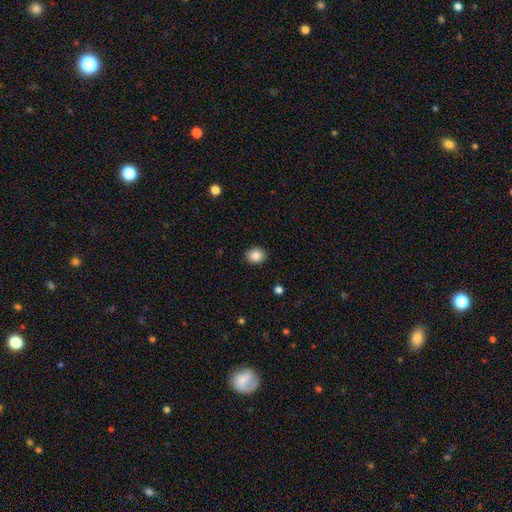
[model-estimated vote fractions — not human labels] A smooth galaxy with no disk features (86%) that is round (78%).

Vote fractions:
- Smooth or featured? smooth: 86% / star or artifact: 9% / featured or disk: 5%
- How rounded? round: 78% / in between: 22% / cigar-shaped: 1%
- Merging? none: 91% / minor disturbance: 6% / major disturbance: 2% / merger: 1%